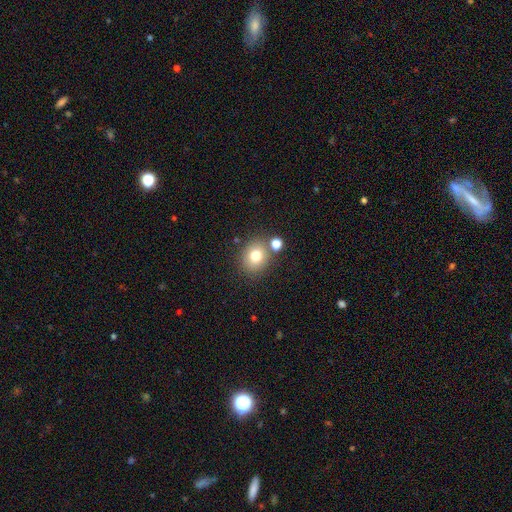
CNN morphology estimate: smooth_or_featured: smooth (p=0.76) [alt: star or artifact p=0.13]
how_rounded: round (p=0.76) [alt: in between p=0.24]
merging: none (p=0.75) [alt: merger p=0.12]